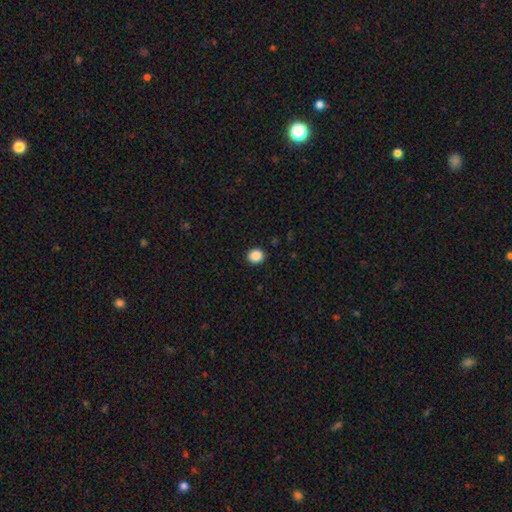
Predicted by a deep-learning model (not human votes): This is clearly a smooth galaxy (88%). How rounded: clearly round (82%). Merging: clearly none (92%).